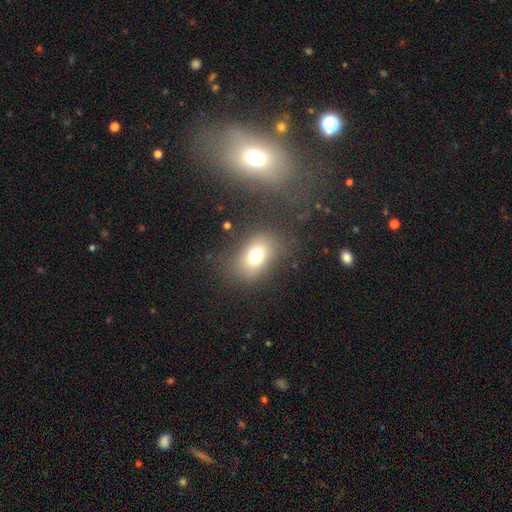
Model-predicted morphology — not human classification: Smooth or featured? Predicted: smooth (p=0.72). How rounded? Predicted: in between (p=0.73). Merging? Predicted: none (p=0.75).